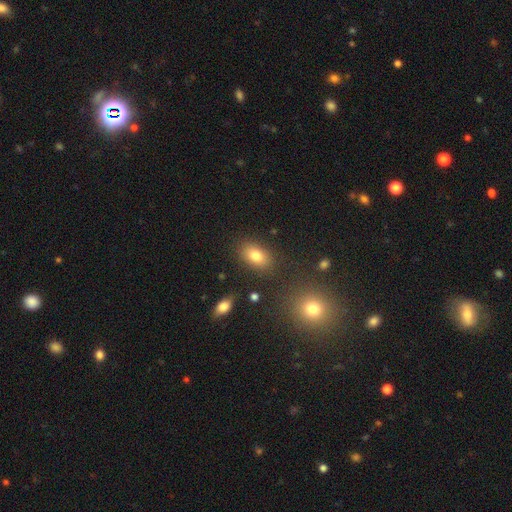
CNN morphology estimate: A smooth galaxy with no disk features (80%) that is in between round and cigar-shaped (86%). Merging: none (84%).